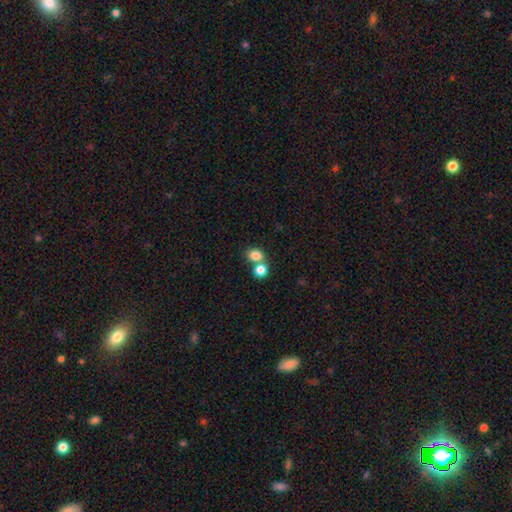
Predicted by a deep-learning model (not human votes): This appears to be a smooth galaxy with no disk features (81%) that is round (56%). Merging: none (49%).